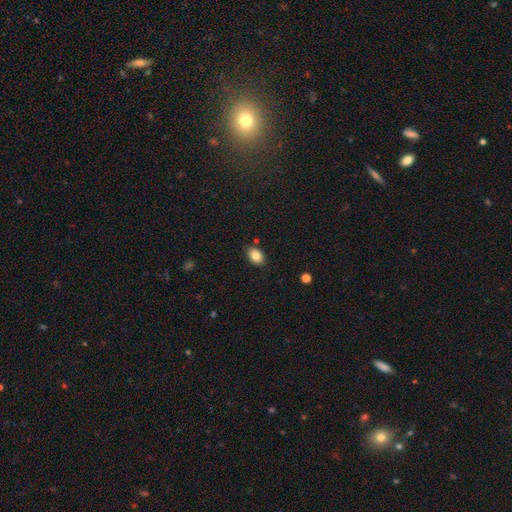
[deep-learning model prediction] Q: Smooth or featured?
A: smooth (85%); runner-up: star or artifact (8%)
Q: How rounded?
A: in between (82%); runner-up: round (17%)
Q: Merging?
A: none (85%); runner-up: minor disturbance (10%)